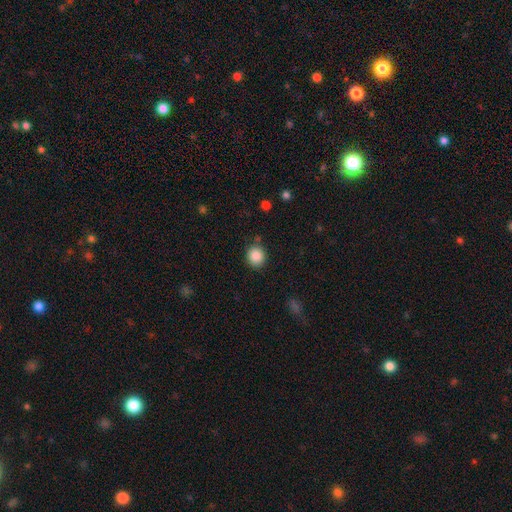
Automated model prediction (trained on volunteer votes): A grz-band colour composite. It shows a smooth galaxy with no disk features (88%) that is round (84%). Merging: none (85%).